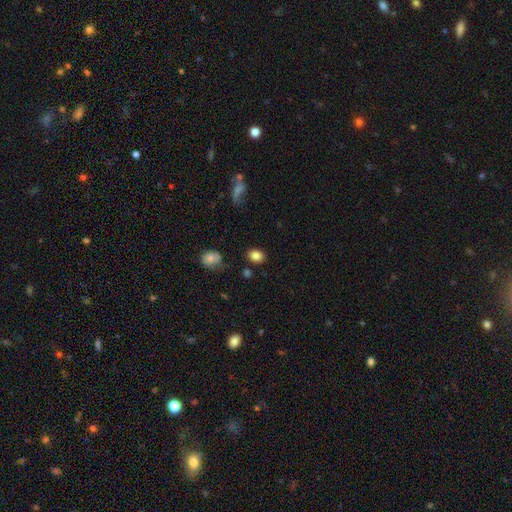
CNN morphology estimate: This is clearly a smooth galaxy (84%). How rounded: possibly in between (57%). Merging: clearly none (82%).